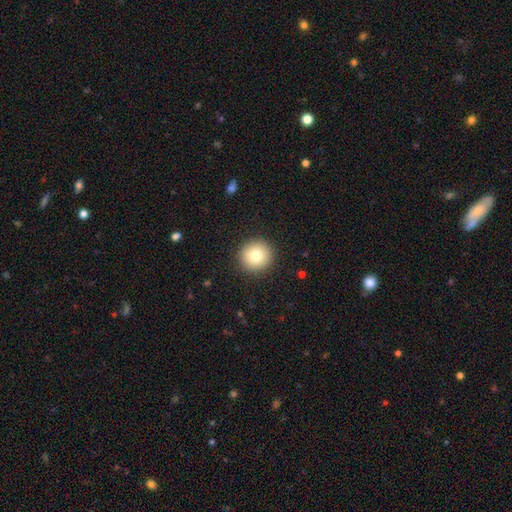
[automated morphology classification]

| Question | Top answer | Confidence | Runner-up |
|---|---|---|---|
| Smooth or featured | smooth | 80% | featured or disk (11%) |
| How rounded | round | 95% | in between (4%) |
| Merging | none | 92% | minor disturbance (6%) |